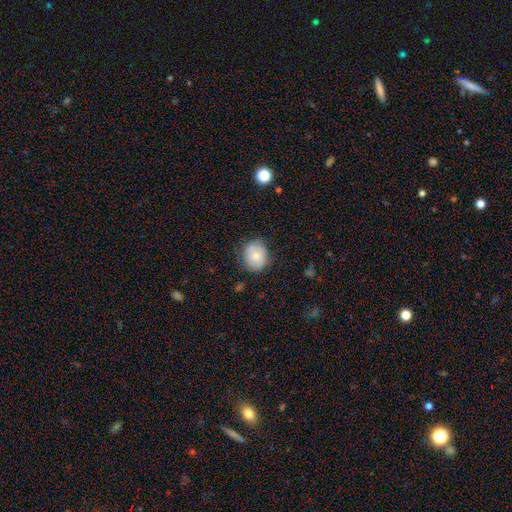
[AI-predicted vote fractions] Smooth or featured?
  - smooth: 70% *
  - featured or disk: 22%
  - star or artifact: 8%
How rounded?
  - round: 65% *
  - in between: 34%
  - cigar-shaped: 1%
Merging?
  - none: 70% *
  - minor disturbance: 24%
  - major disturbance: 5%
  - merger: 2%